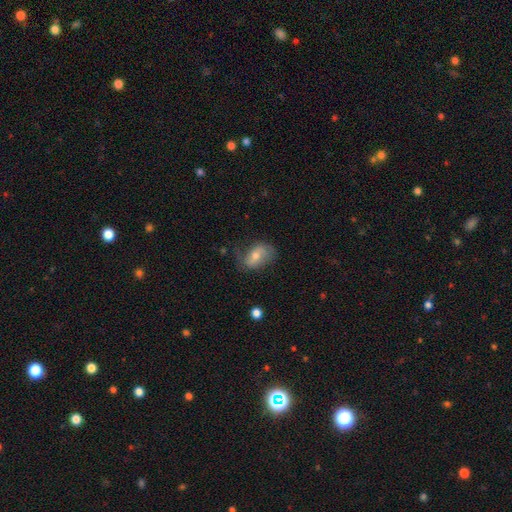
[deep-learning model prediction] The model was most divided on "smooth or featured": featured or disk: 48%, smooth: 42%, star or artifact: 9%. More confident: merging — none (60%).